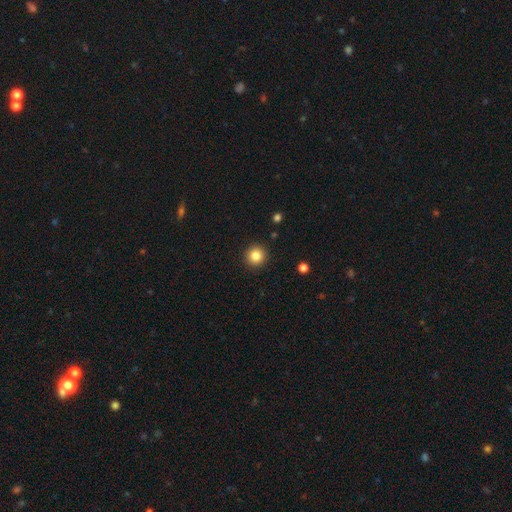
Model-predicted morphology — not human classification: smooth_or_featured: smooth (p=0.85) [alt: star or artifact p=0.10]
how_rounded: round (p=0.94) [alt: in between p=0.05]
merging: none (p=0.92) [alt: minor disturbance p=0.05]